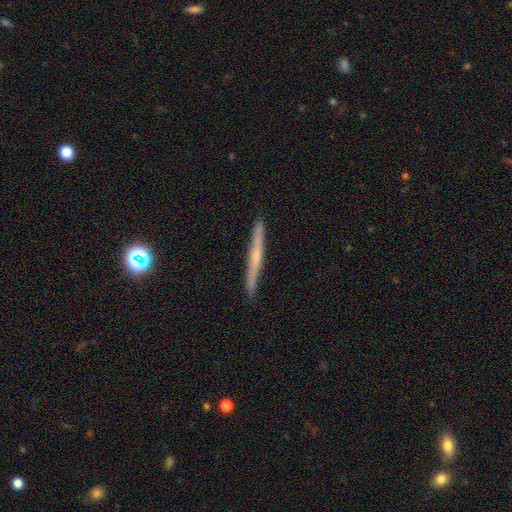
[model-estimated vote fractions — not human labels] Smooth or featured? featured or disk (60%)
Edge-on disk? yes (97%)
Edge-on bulge? none (51%)
Merging? none (90%)